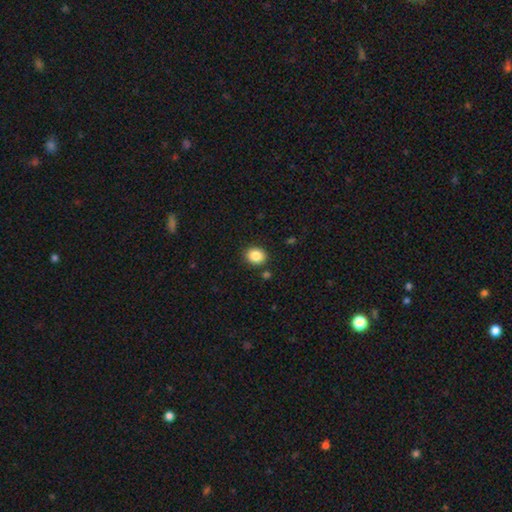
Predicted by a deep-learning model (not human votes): Smooth or featured? smooth (87%)
How rounded? round (60%)
Merging? none (87%)